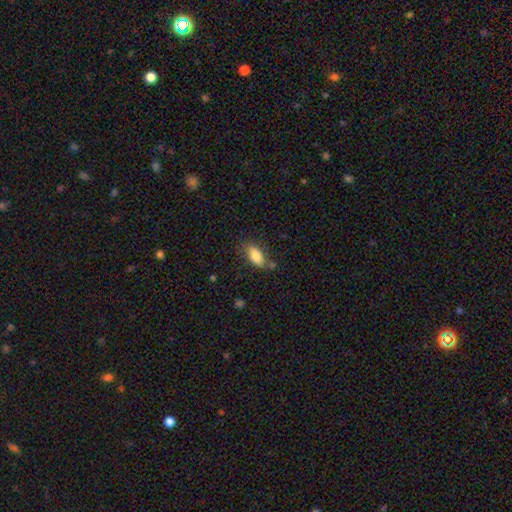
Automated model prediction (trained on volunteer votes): This appears to be a smooth galaxy with no disk features (82%) that is in between round and cigar-shaped (89%). Merging: none (67%).